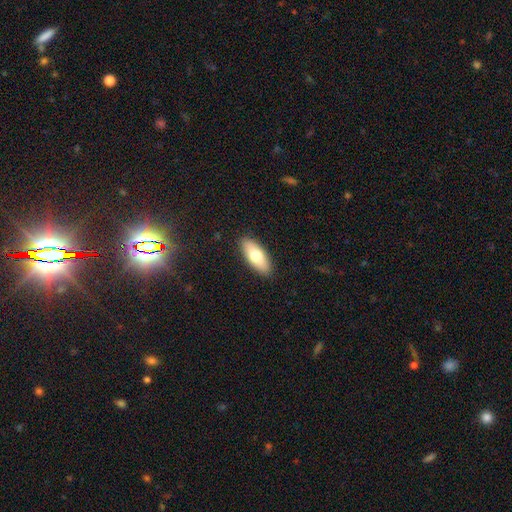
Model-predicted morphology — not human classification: The model was most divided on "smooth or featured": smooth: 73%, featured or disk: 21%, star or artifact: 6%. More confident: merging — none (89%); how rounded — in between (80%).